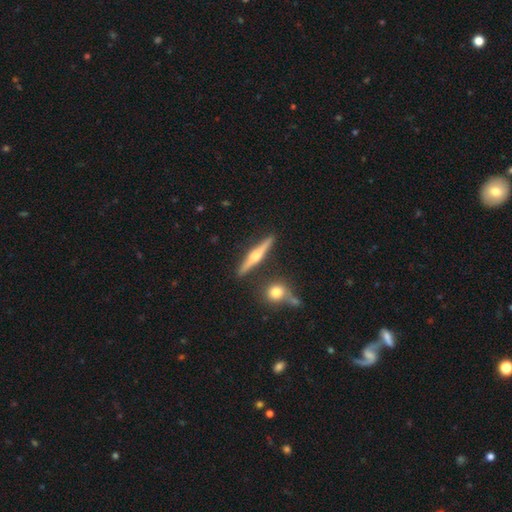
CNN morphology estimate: A featured or disk galaxy (67%) viewed edge-on (97%) with a rounded central bulge (89%).

Vote fractions:
- Smooth or featured? featured or disk: 67% / smooth: 27% / star or artifact: 6%
- Edge-on disk? yes: 97% / no: 3%
- Edge-on bulge? rounded: 89% / boxy: 6% / none: 5%
- Merging? none: 86% / minor disturbance: 8% / merger: 4% / major disturbance: 2%